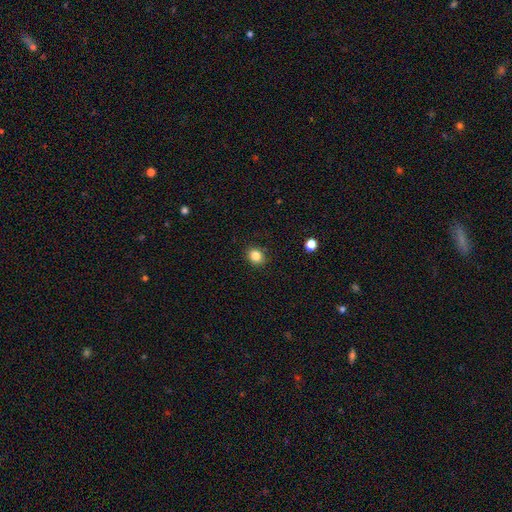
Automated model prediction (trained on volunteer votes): Smooth or featured? smooth (84%)
How rounded? round (64%)
Merging? none (88%)